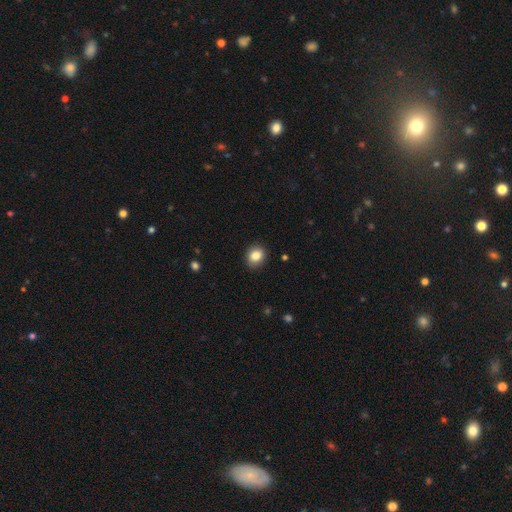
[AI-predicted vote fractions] A smooth galaxy with no disk features (85%) that is round (64%).

Vote fractions:
- Smooth or featured? smooth: 85% / star or artifact: 9% / featured or disk: 6%
- How rounded? round: 64% / in between: 35% / cigar-shaped: 1%
- Merging? none: 89% / minor disturbance: 8% / major disturbance: 2% / merger: 1%